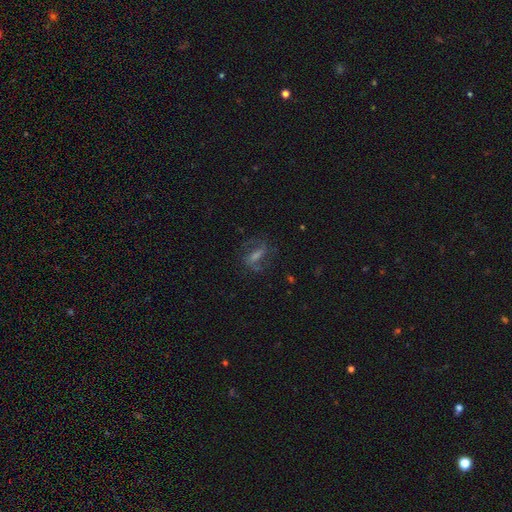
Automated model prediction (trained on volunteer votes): Morphology: type=featured or disk (63%); edge-on=no (89%); bar=strong (52%); spiral arms=yes (84%); bulge=small (30%); merging=none (69%).